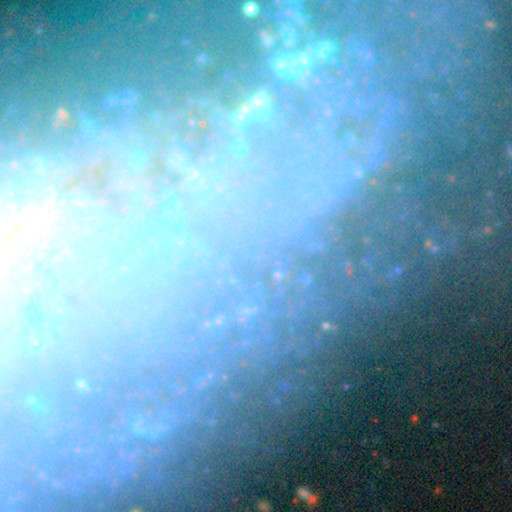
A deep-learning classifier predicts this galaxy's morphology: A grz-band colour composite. It shows a star or artifact, not a galaxy (48%).